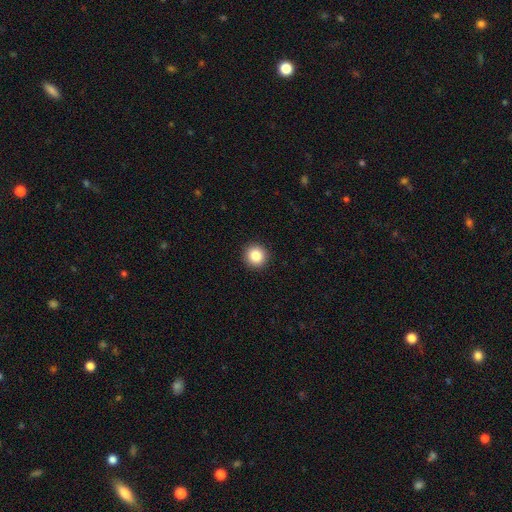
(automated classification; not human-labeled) The model was most divided on "smooth or featured": smooth: 85%, star or artifact: 10%, featured or disk: 5%. More confident: how rounded — round (94%); merging — none (93%).